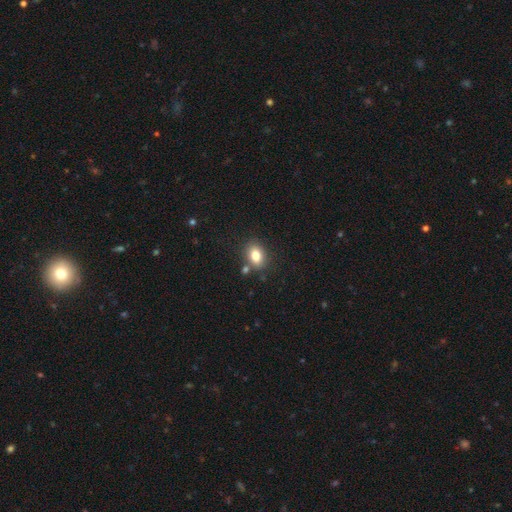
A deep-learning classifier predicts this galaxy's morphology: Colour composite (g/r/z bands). It shows a smooth galaxy with no disk features (81%) that is in between round and cigar-shaped (72%). Merging: none (77%).